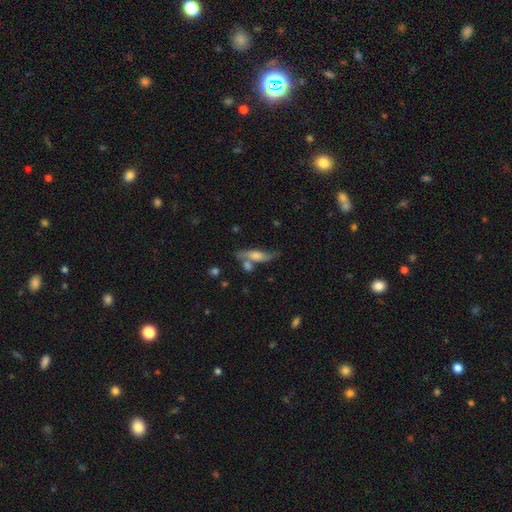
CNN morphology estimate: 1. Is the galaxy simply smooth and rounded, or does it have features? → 54% featured or disk, 36% smooth, 9% star or artifact.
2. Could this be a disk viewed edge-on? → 52% yes, 48% no.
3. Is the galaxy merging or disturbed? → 49% none, 22% merger, 19% minor disturbance, 10% major disturbance.